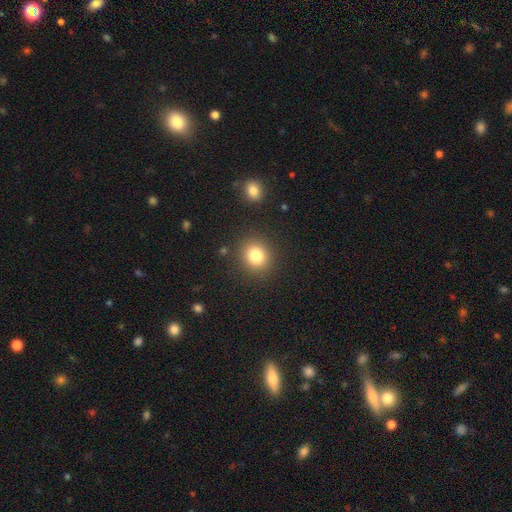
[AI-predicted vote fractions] A smooth galaxy with no disk features (80%) that is round (80%). Merging: none (87%).